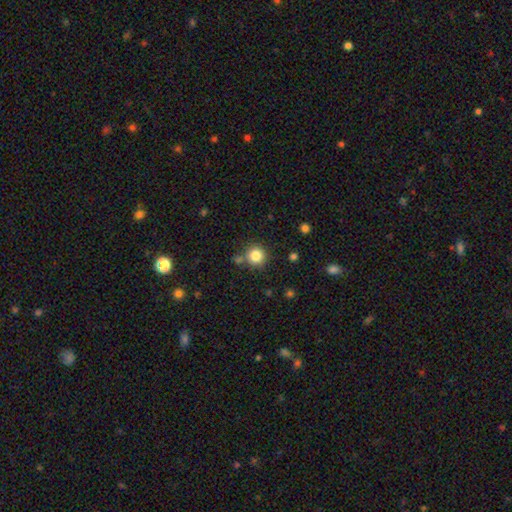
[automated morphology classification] This appears to be a smooth galaxy with no disk features (83%) that is round (94%). Merging: none (78%).